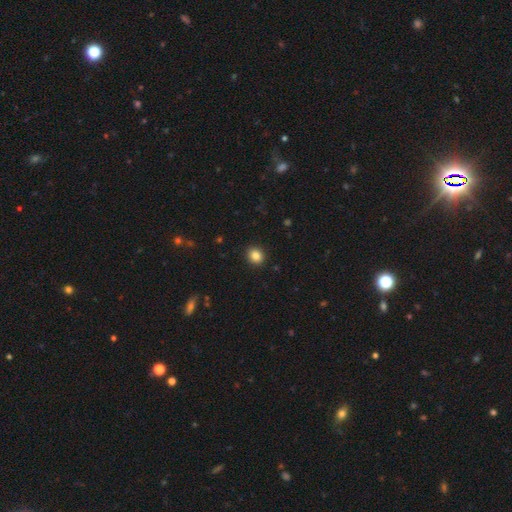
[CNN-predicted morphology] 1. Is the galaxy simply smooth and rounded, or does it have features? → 84% smooth, 10% star or artifact, 5% featured or disk.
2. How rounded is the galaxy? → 73% round, 26% in between, 1% cigar-shaped.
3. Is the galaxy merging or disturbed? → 92% none, 6% minor disturbance, 2% major disturbance, 1% merger.